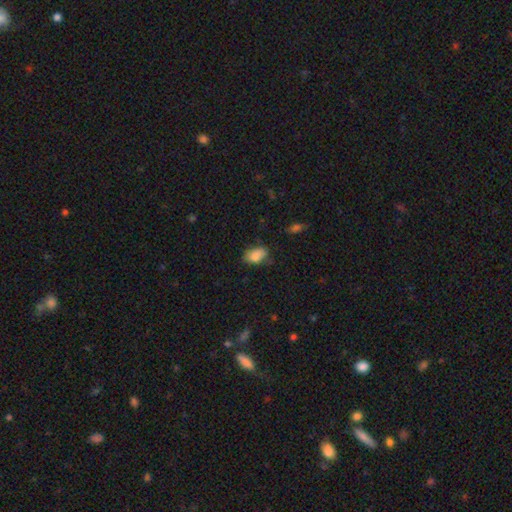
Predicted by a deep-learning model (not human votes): Smooth or featured? smooth (85%)
How rounded? in between (89%)
Merging? none (64%)